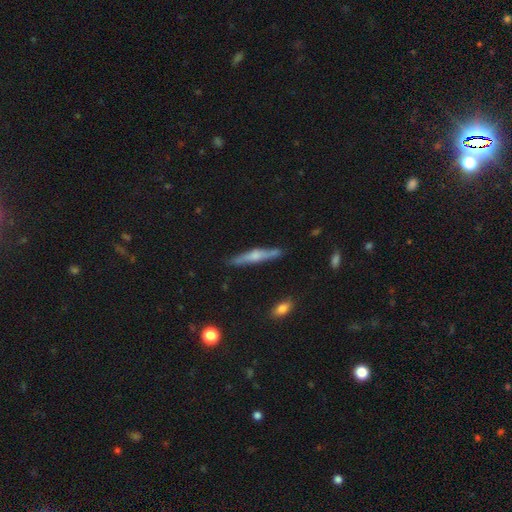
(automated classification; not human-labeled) A featured or disk galaxy (57%) viewed edge-on (95%) with a rounded central bulge (70%). Merging: none (83%).